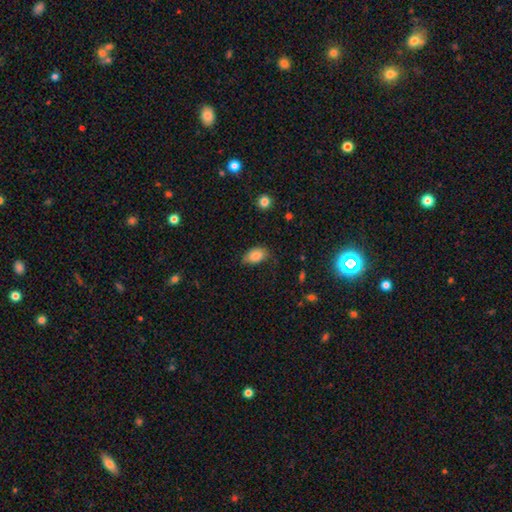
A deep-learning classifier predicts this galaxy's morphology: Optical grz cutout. It shows a smooth galaxy with no disk features (83%) that is in between round and cigar-shaped (90%). Merging: none (58%).